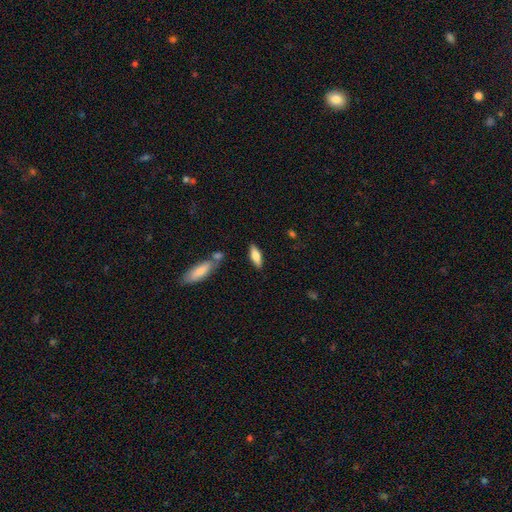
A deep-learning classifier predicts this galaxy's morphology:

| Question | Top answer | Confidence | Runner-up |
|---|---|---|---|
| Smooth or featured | smooth | 74% | featured or disk (20%) |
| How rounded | in between | 59% | cigar-shaped (39%) |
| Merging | none | 77% | minor disturbance (12%) |